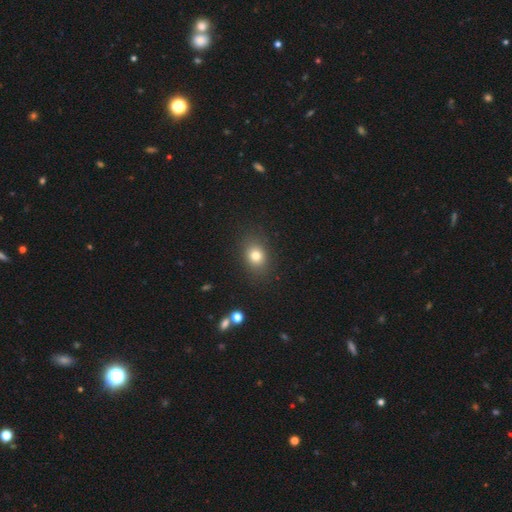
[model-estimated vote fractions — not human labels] smooth_or_featured: smooth (p=0.78) [alt: star or artifact p=0.13]
how_rounded: in between (p=0.55) [alt: round p=0.44]
merging: none (p=0.85) [alt: minor disturbance p=0.10]